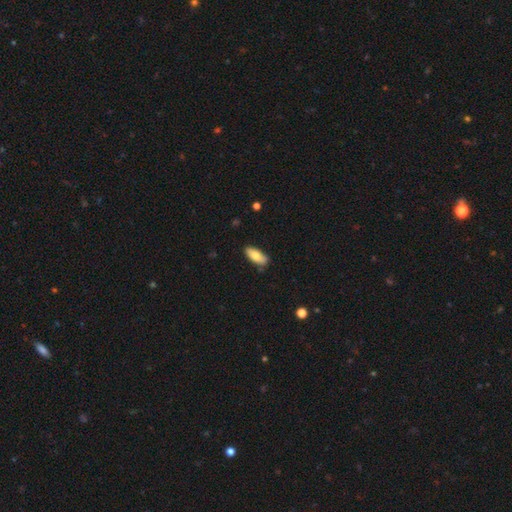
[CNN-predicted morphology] Smooth or featured: smooth — 77% (featured or disk — 17%)
How rounded: in between — 82% (cigar-shaped — 16%)
Merging: none — 79% (minor disturbance — 16%)